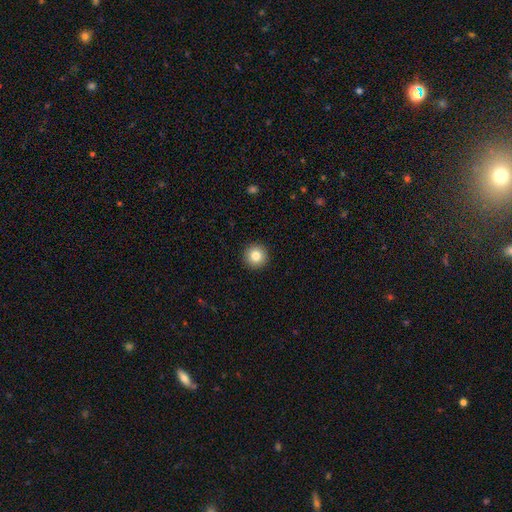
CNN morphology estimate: A smooth galaxy with no disk features (83%) that is round (96%).

Vote fractions:
- Smooth or featured? smooth: 83% / star or artifact: 10% / featured or disk: 7%
- How rounded? round: 96% / in between: 3% / cigar-shaped: 1%
- Merging? none: 93% / minor disturbance: 4% / major disturbance: 2% / merger: 1%